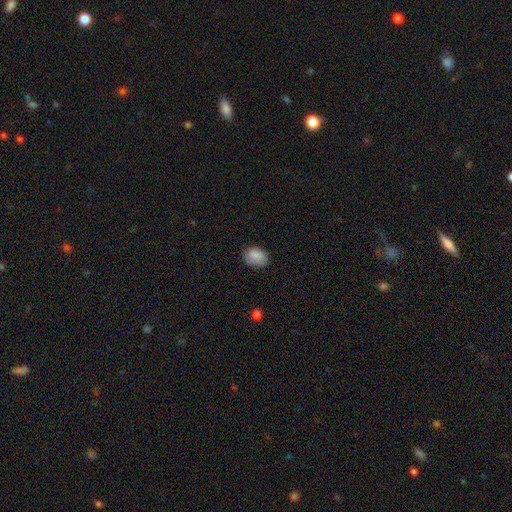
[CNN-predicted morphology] smooth_or_featured: smooth (p=0.86) [alt: star or artifact p=0.08]
how_rounded: in between (p=0.77) [alt: round p=0.22]
merging: none (p=0.68) [alt: minor disturbance p=0.25]